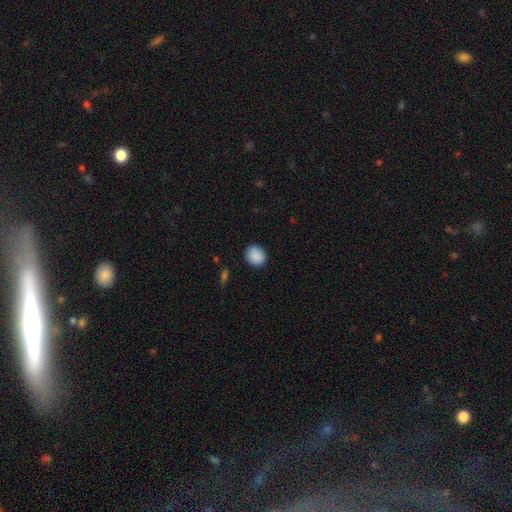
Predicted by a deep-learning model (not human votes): smooth-or-featured: smooth: 90% | star or artifact: 7% | featured or disk: 3%
  how-rounded: round: 64% | in between: 36% | cigar-shaped: 1%
  merging: none: 88% | minor disturbance: 8% | major disturbance: 2% | merger: 1%